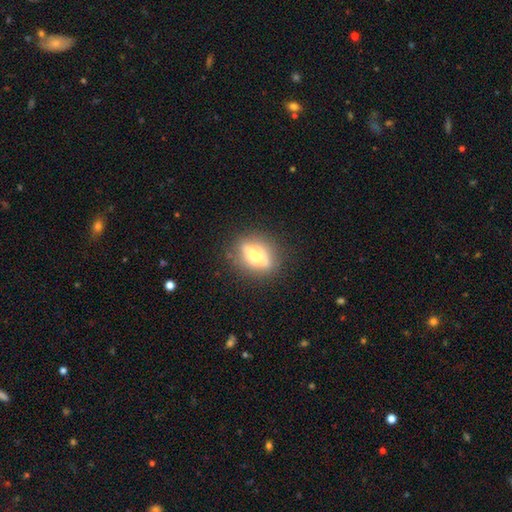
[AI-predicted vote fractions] Smooth or featured: featured or disk — 63% (smooth — 28%)
Edge-on disk: yes — 77% (no — 23%)
Merging: none — 84% (minor disturbance — 10%)